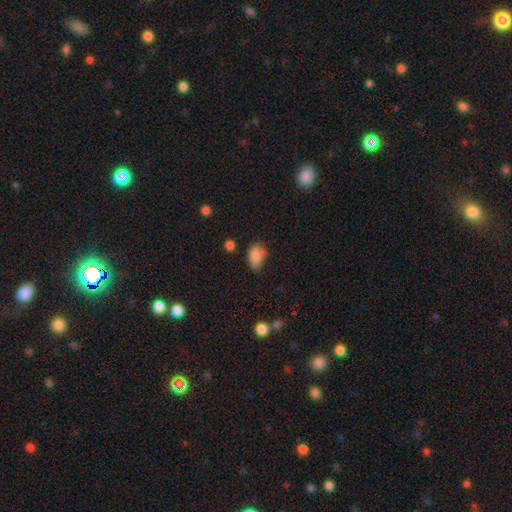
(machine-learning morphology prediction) smooth-or-featured: smooth: 84% | star or artifact: 9% | featured or disk: 6%
  how-rounded: in between: 86% | round: 12% | cigar-shaped: 2%
  merging: none: 56% | minor disturbance: 33% | major disturbance: 7% | merger: 4%